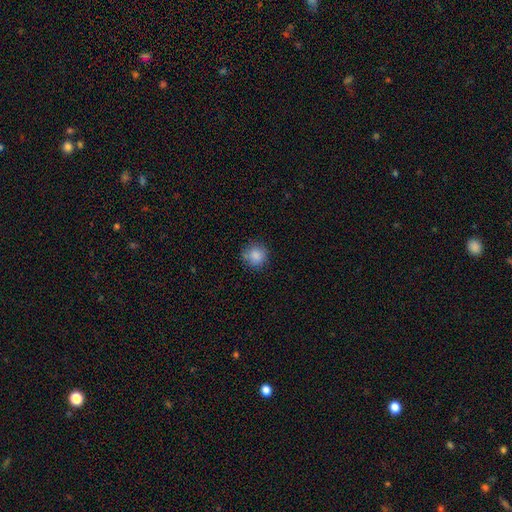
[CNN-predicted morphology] This appears to be a smooth galaxy with no disk features (85%) that is round (92%). Merging: none (81%).